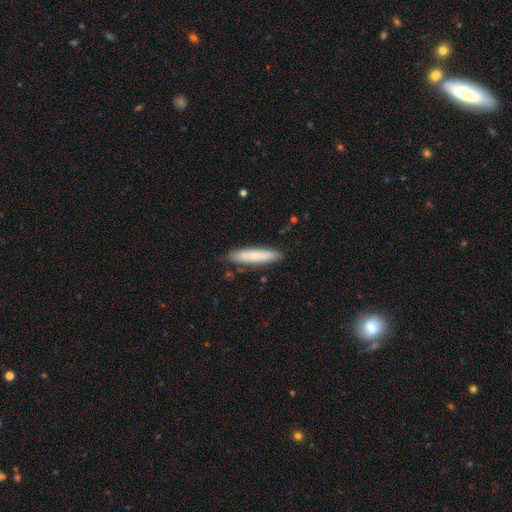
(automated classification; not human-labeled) smooth 67%, featured or disk 27%, star or artifact 6%. Down the decision tree: how rounded — cigar-shaped (84%); merging — none (84%).